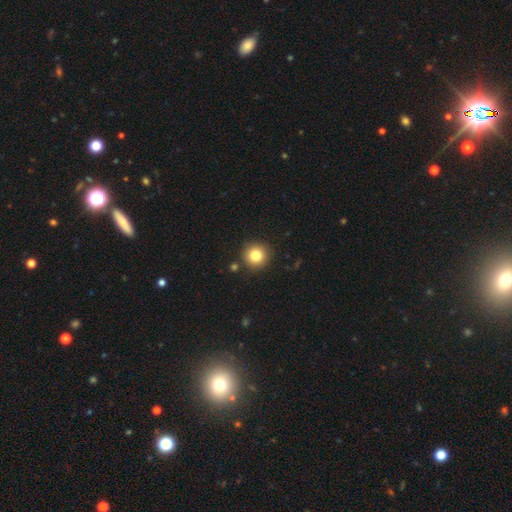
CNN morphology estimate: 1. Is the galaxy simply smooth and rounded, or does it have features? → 82% smooth, 11% star or artifact, 7% featured or disk.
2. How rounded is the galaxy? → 94% round, 5% in between, 1% cigar-shaped.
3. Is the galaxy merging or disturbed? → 88% none, 6% minor disturbance, 3% merger, 2% major disturbance.